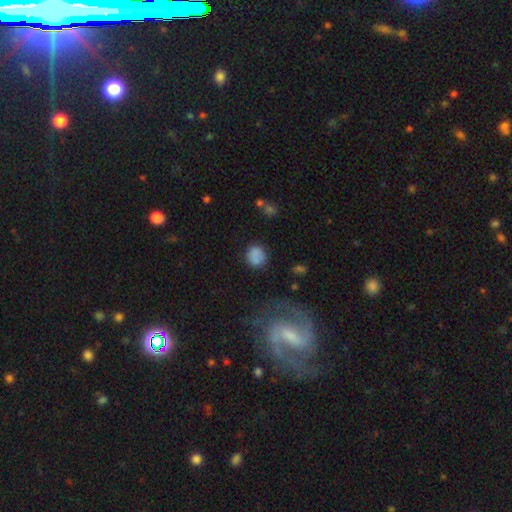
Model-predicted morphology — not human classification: Overall: smooth (78%). How rounded: round (81%). Merging: none (71%).